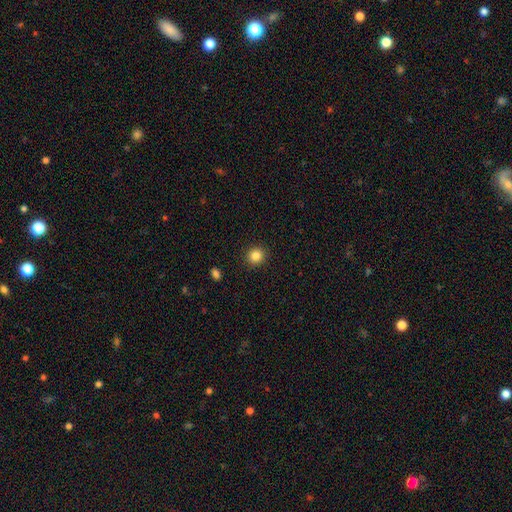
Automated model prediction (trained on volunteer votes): Smooth or featured?
  - smooth: 84% *
  - star or artifact: 11%
  - featured or disk: 5%
How rounded?
  - round: 89% *
  - in between: 10%
  - cigar-shaped: 1%
Merging?
  - none: 92% *
  - minor disturbance: 5%
  - major disturbance: 2%
  - merger: 1%